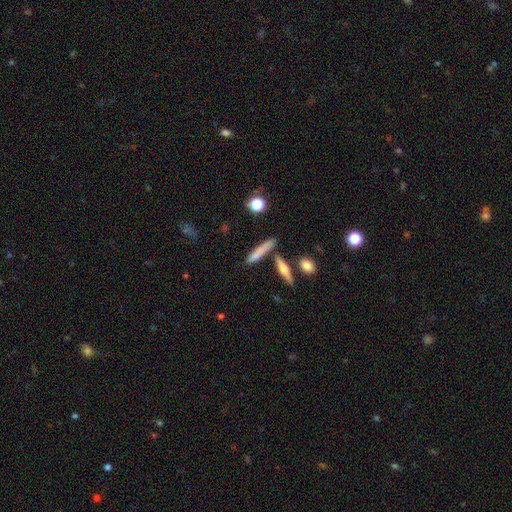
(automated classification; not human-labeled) A smooth galaxy with no disk features (59%) that is cigar-shaped (87%). Merging: none (69%).